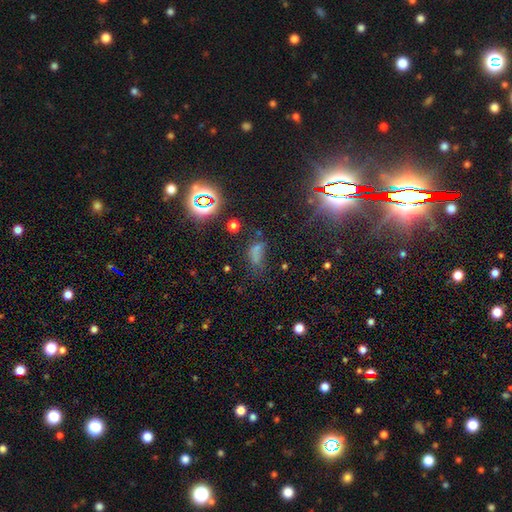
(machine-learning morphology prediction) This is possibly a star or artifact rather than a galaxy (47%).